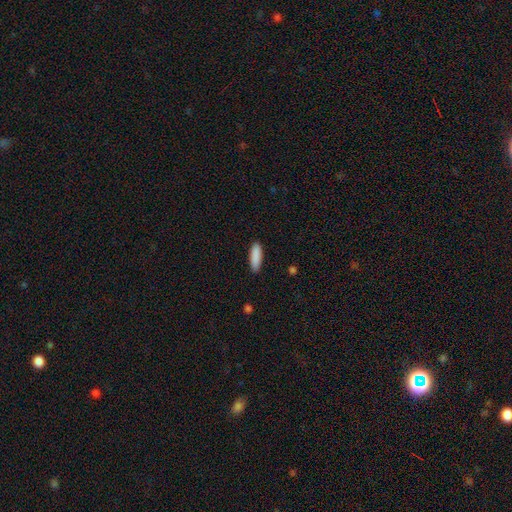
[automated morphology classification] type=smooth (89%); roundness=cigar-shaped (55%); merging=none (89%).